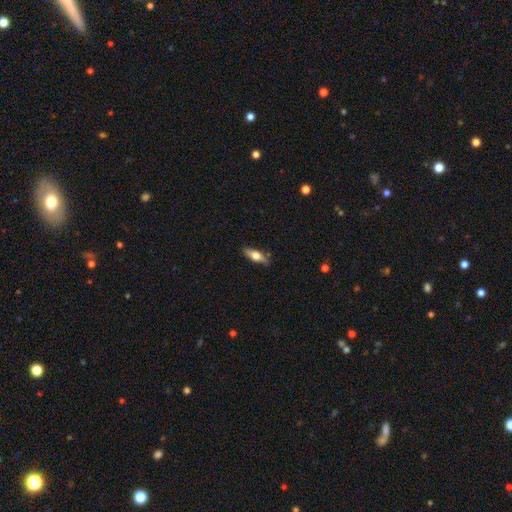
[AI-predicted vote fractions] Smooth or featured? smooth (51%)
How rounded? in between (49%)
Merging? none (82%)